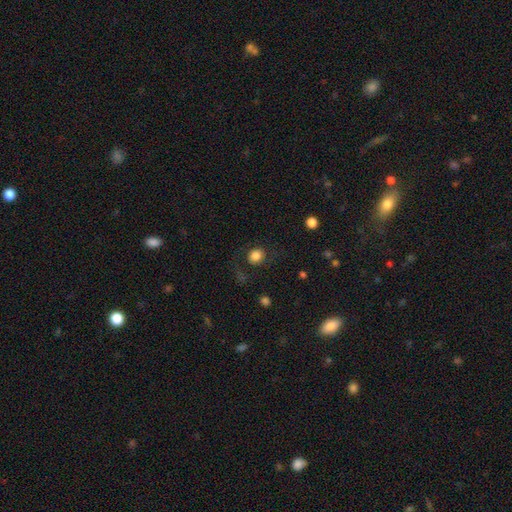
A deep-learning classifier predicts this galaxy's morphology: Overall: smooth (82%). How rounded: round (75%). Merging: none (77%).